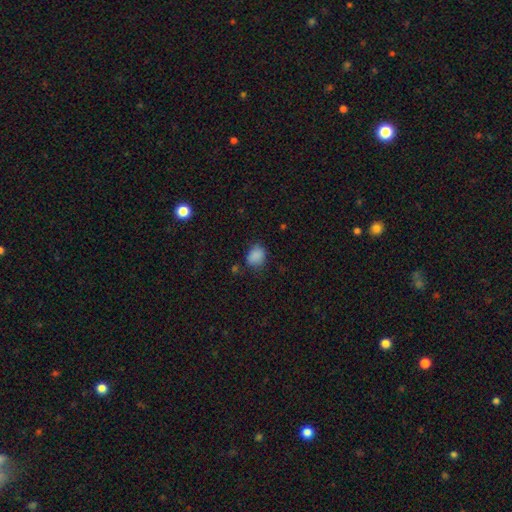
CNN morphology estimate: This is clearly a smooth galaxy (85%). How rounded: possibly in between (51%). Merging: likely none (67%).